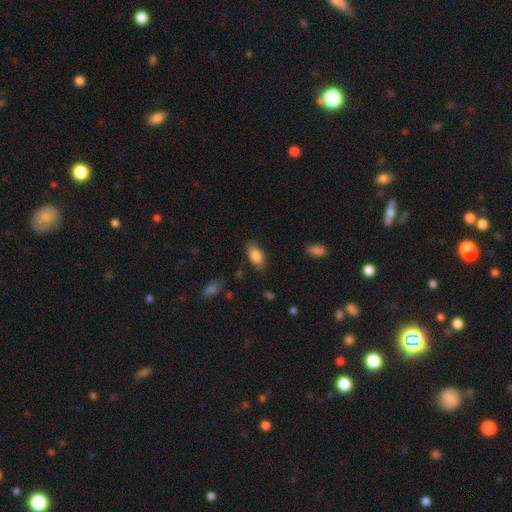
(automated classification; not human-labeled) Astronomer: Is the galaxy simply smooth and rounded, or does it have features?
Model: smooth — 83%.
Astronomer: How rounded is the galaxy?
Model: in between — 90%.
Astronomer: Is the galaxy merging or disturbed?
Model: none — 79%.